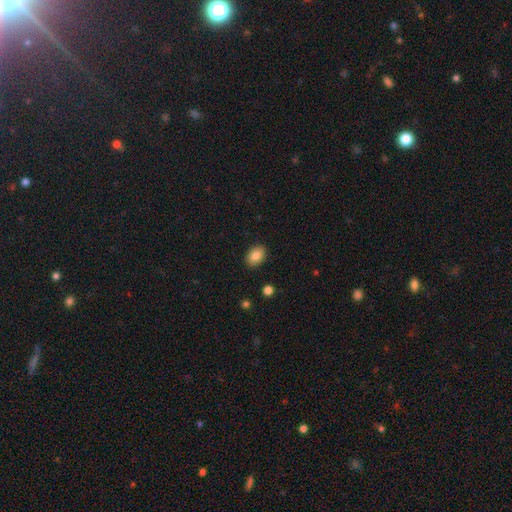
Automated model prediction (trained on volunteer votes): A smooth galaxy with no disk features (85%) that is in between round and cigar-shaped (79%). Merging: none (89%).